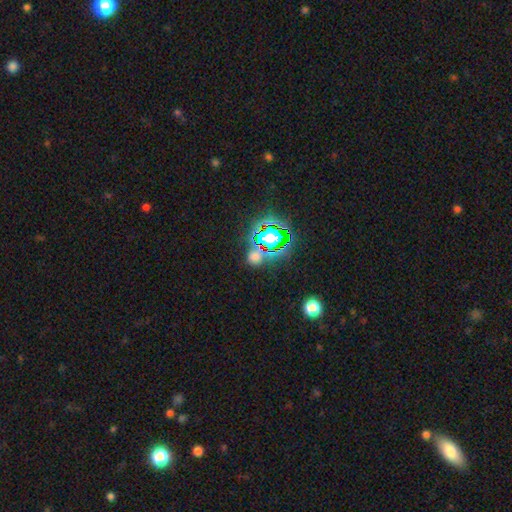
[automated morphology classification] A star or artifact, not a galaxy (52%).

Vote fractions:
- Smooth or featured? star or artifact: 52% / smooth: 39% / featured or disk: 9%